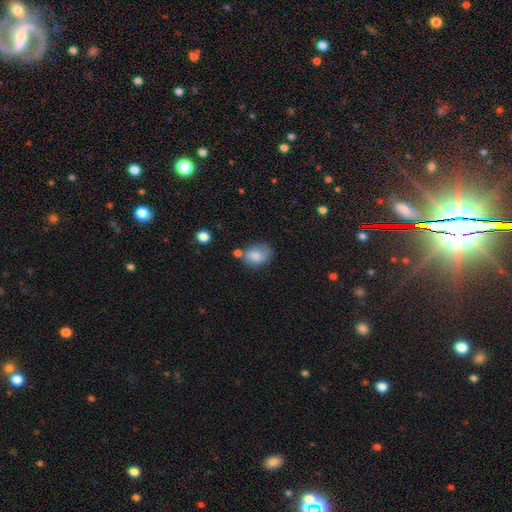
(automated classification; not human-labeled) smooth-or-featured: smooth: 77% | featured or disk: 14% | star or artifact: 9%
  how-rounded: in between: 66% | round: 33% | cigar-shaped: 1%
  merging: none: 47% | minor disturbance: 29% | merger: 13% | major disturbance: 11%